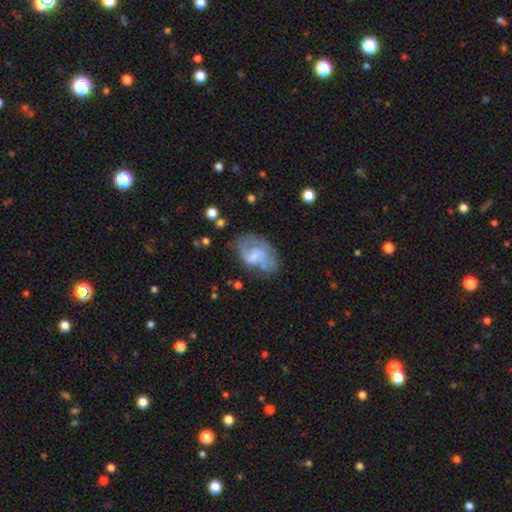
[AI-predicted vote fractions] Smooth or featured: featured or disk — 60% (smooth — 33%)
Edge-on disk: no — 97% (yes — 3%)
Bar: no — 56% (weak — 37%)
Spiral arms: yes — 67% (no — 33%)
Bulge size: small — 33% (none — 31%)
Merging: none — 47% (minor disturbance — 26%)